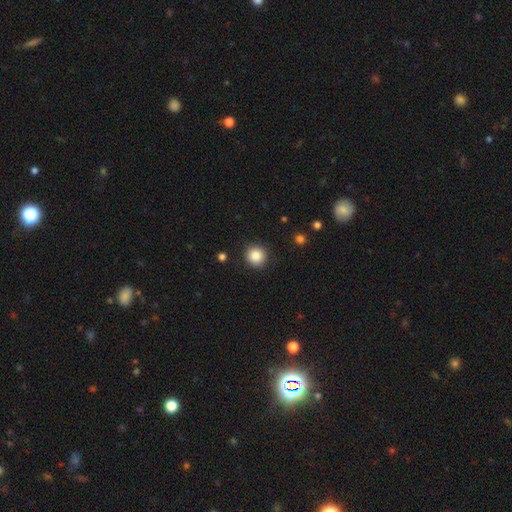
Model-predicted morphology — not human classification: smooth_or_featured: smooth (p=0.87) [alt: star or artifact p=0.10]
how_rounded: round (p=0.94) [alt: in between p=0.05]
merging: none (p=0.91) [alt: minor disturbance p=0.06]